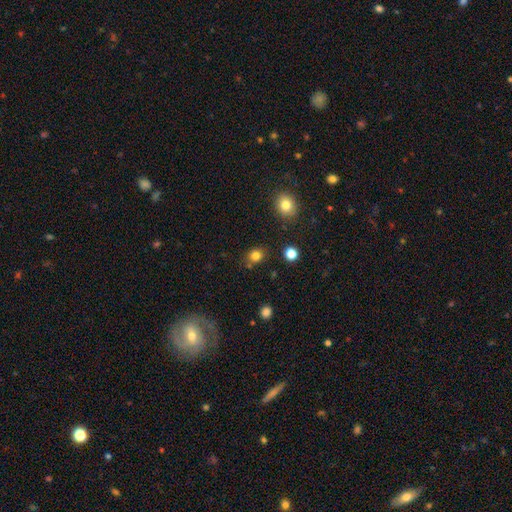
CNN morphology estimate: A smooth galaxy with no disk features (81%) that is round (64%).

Vote fractions:
- Smooth or featured? smooth: 81% / star or artifact: 13% / featured or disk: 6%
- How rounded? round: 64% / in between: 35% / cigar-shaped: 1%
- Merging? none: 79% / minor disturbance: 13% / merger: 5% / major disturbance: 3%